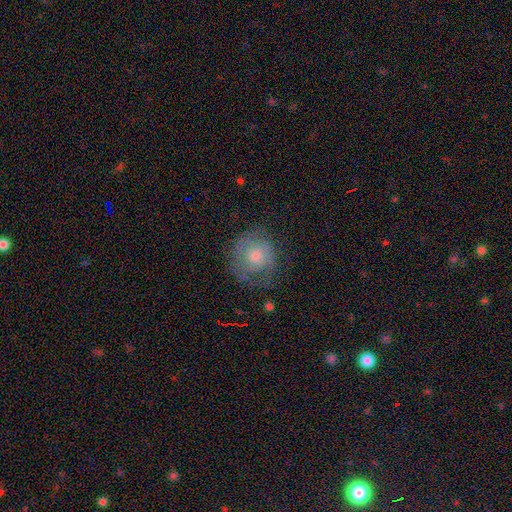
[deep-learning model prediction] smooth_or_featured: featured or disk (p=0.46) [alt: smooth p=0.44]
merging: none (p=0.64) [alt: minor disturbance p=0.21]